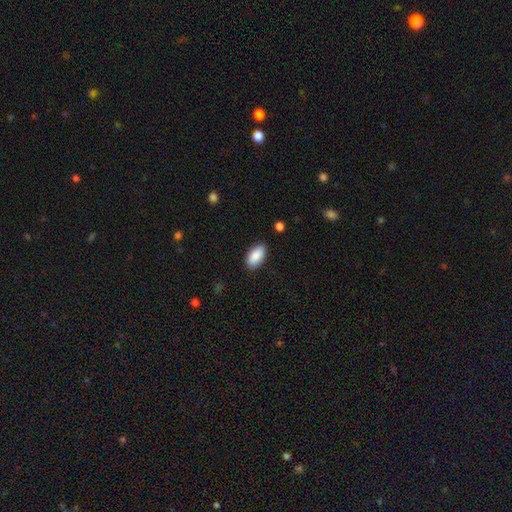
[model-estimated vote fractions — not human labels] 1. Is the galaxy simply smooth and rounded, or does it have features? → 88% smooth, 6% star or artifact, 5% featured or disk.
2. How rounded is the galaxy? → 94% in between, 3% round, 3% cigar-shaped.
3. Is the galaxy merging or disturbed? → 85% none, 12% minor disturbance, 2% major disturbance, 1% merger.